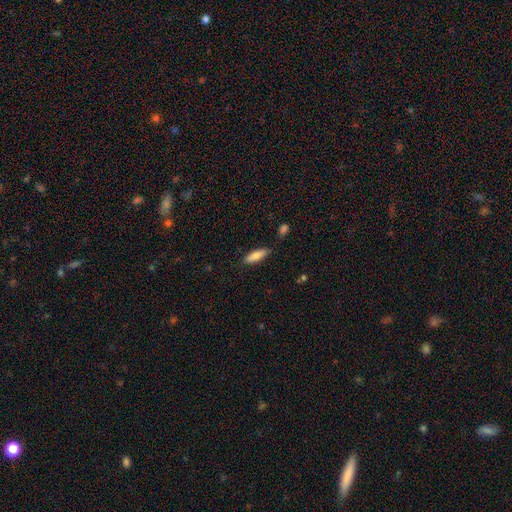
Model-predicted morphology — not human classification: smooth 82%, featured or disk 12%, star or artifact 6%. Down the decision tree: how rounded — in between (51%); merging — none (80%).